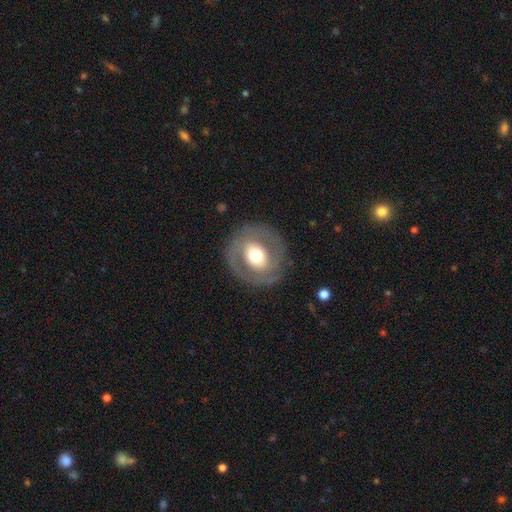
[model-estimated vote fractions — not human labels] Overall: featured or disk (50%; smooth 43%). Merging: none (83%).